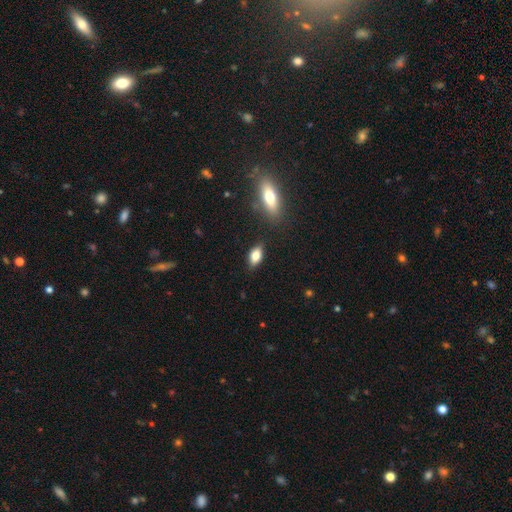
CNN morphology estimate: Smooth or featured? smooth (78%)
How rounded? in between (87%)
Merging? none (84%)